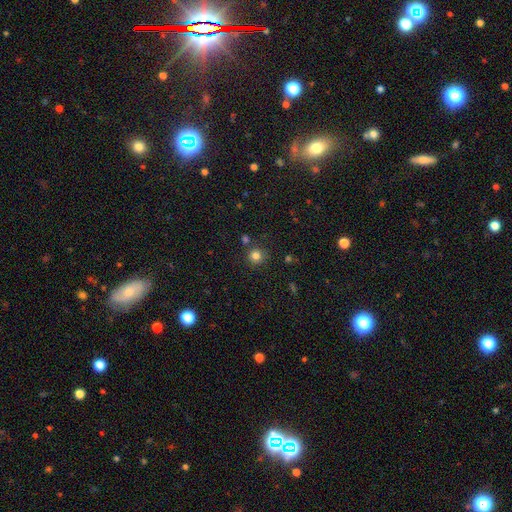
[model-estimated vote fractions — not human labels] The model was most divided on "smooth or featured": smooth: 81%, star or artifact: 14%, featured or disk: 5%. More confident: how rounded — round (93%); merging — none (83%).